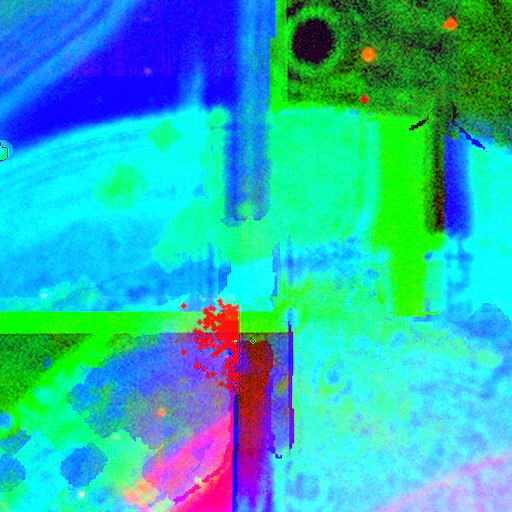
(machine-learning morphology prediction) smooth-or-featured: star or artifact: 85% | featured or disk: 9% | smooth: 6%